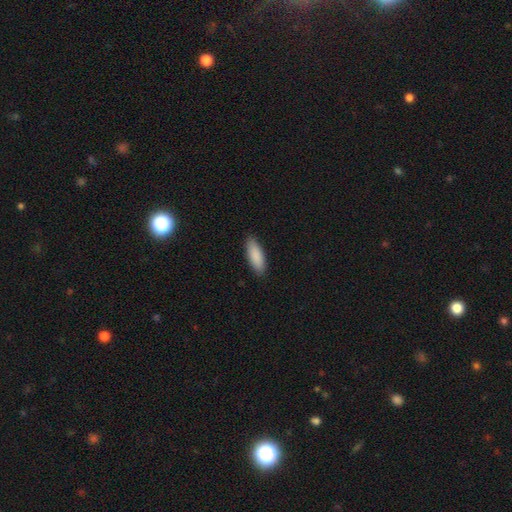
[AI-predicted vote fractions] Q: Smooth or featured?
A: smooth (89%); runner-up: featured or disk (6%)
Q: How rounded?
A: in between (65%); runner-up: cigar-shaped (33%)
Q: Merging?
A: none (87%); runner-up: minor disturbance (10%)